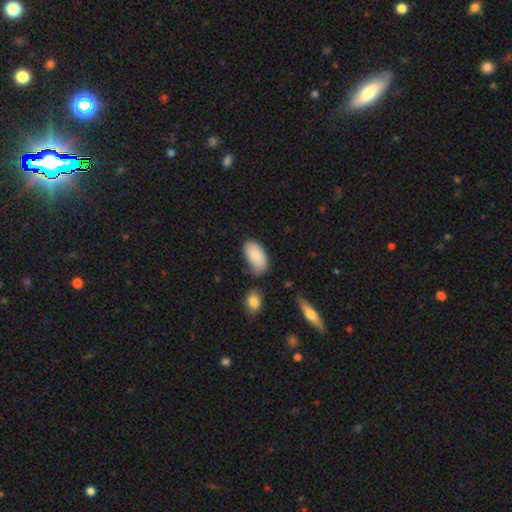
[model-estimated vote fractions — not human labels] smooth 84%, featured or disk 9%, star or artifact 6%. Down the decision tree: how rounded — in between (95%); merging — none (56%).